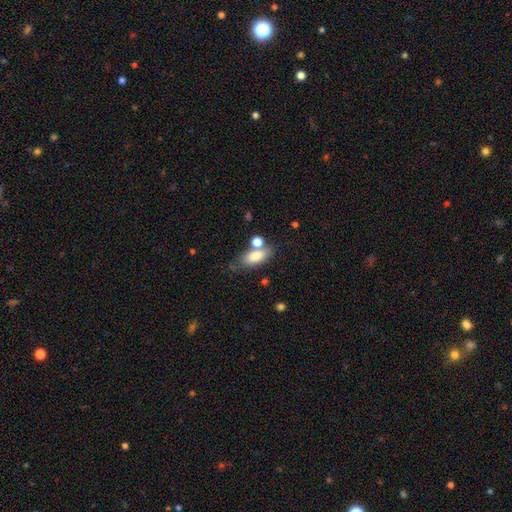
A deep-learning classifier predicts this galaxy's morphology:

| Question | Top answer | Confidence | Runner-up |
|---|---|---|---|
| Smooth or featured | smooth | 78% | featured or disk (14%) |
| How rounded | in between | 78% | cigar-shaped (16%) |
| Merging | none | 57% | merger (22%) |